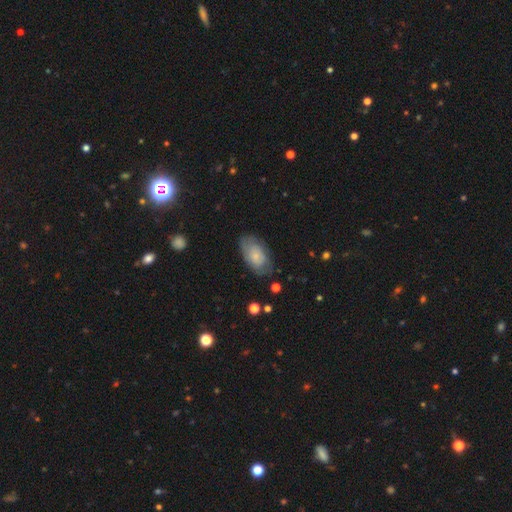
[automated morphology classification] A smooth galaxy with no disk features (62%) that is in between round and cigar-shaped (93%). Merging: none (69%).